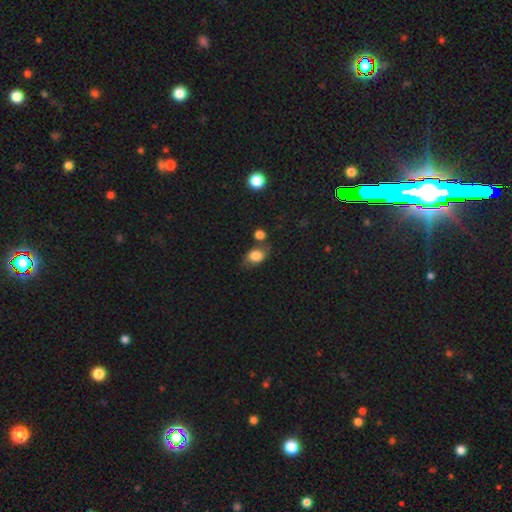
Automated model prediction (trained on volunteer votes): Smooth or featured: smooth — 79% (featured or disk — 12%)
How rounded: in between — 72% (round — 26%)
Merging: none — 60% (minor disturbance — 21%)